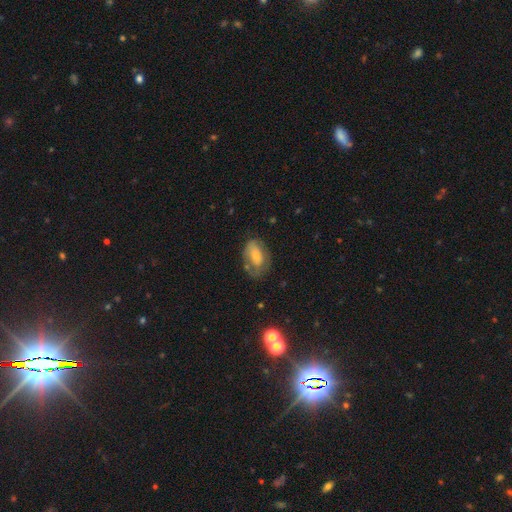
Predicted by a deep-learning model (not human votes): smooth 60%, featured or disk 33%, star or artifact 7%. Down the decision tree: how rounded — in between (89%); merging — none (53%).